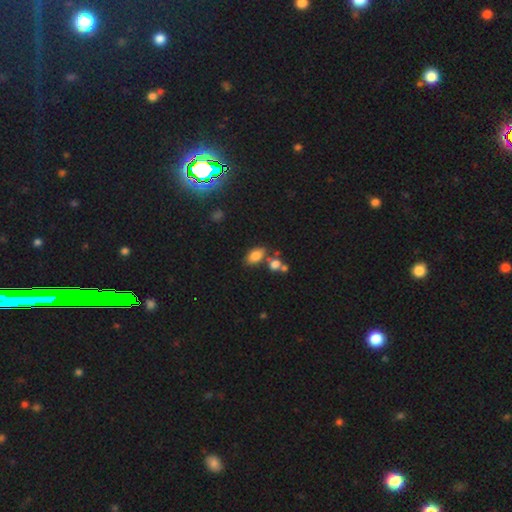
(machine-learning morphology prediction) Smooth or featured? Predicted: smooth (p=0.81). How rounded? Predicted: in between (p=0.89). Merging? Predicted: none (p=0.63).